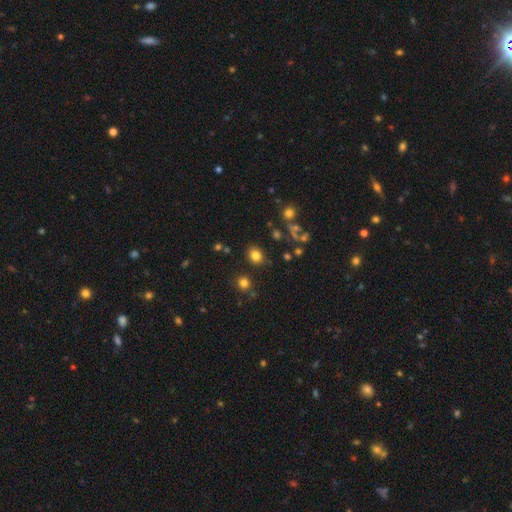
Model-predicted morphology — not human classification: Smooth or featured? smooth (79%)
How rounded? round (63%)
Merging? none (83%)